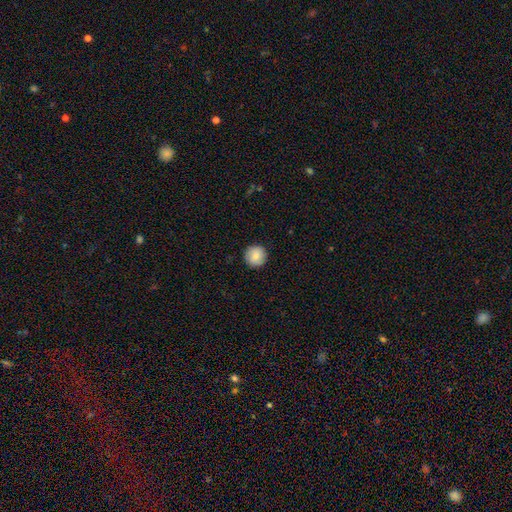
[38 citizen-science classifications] smooth-or-featured: smooth: 82% | featured or disk: 13% | star or artifact: 5%
  how-rounded: round: 97% | cigar-shaped: 3% | in between: 0%
  merging: none: 92% | minor disturbance: 6% | major disturbance: 3% | merger: 0%